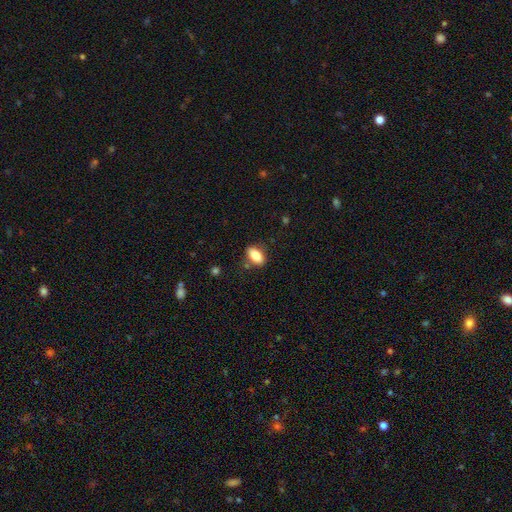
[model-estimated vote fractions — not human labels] The model was most divided on "merging": none: 81%, minor disturbance: 12%, merger: 4%, major disturbance: 3%. More confident: how rounded — in between (88%); smooth or featured — smooth (82%).